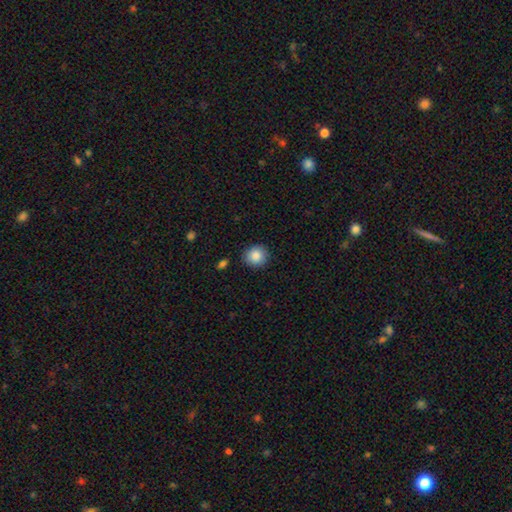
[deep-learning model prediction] smooth-or-featured: smooth: 88% | star or artifact: 8% | featured or disk: 4%
  how-rounded: round: 83% | in between: 16% | cigar-shaped: 1%
  merging: none: 87% | minor disturbance: 9% | major disturbance: 2% | merger: 2%